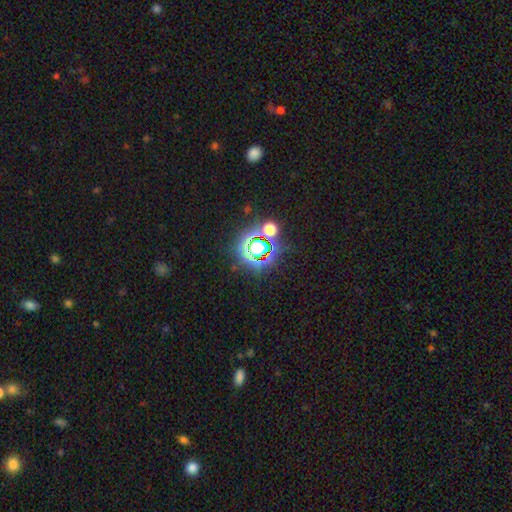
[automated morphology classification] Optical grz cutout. It shows a star or artifact, not a galaxy (71%).